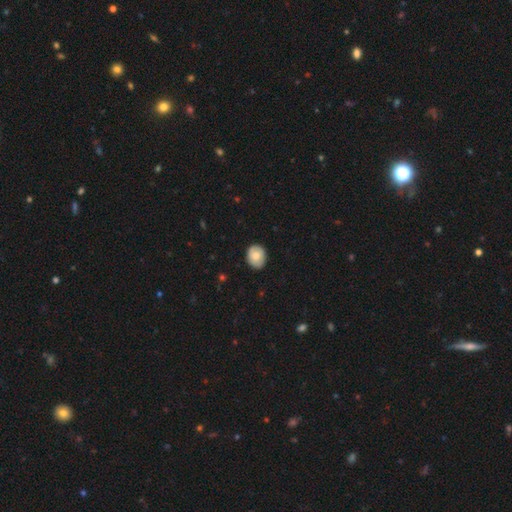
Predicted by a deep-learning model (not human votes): This appears to be a smooth galaxy with no disk features (78%) that is round (57%). Merging: none (85%).